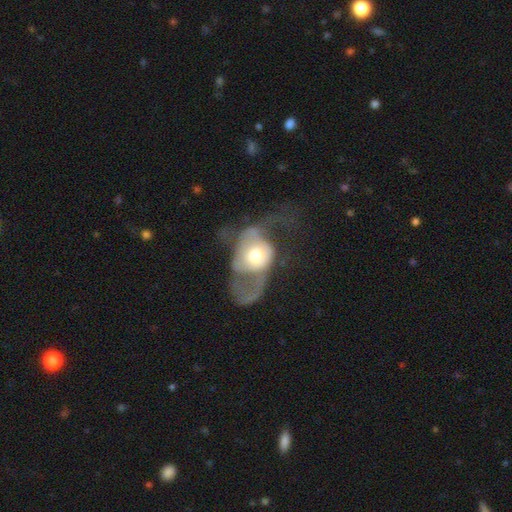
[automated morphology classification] Overall: featured or disk (50%; smooth 43%). Edge-on disk: no (94%). Merging: major disturbance (72%).